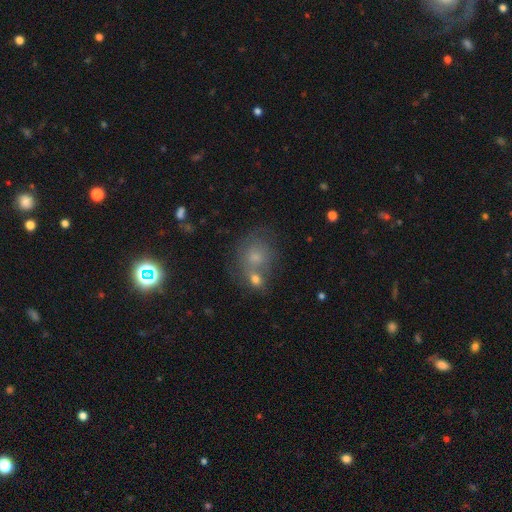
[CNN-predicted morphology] type=smooth (66%); roundness=round (68%); merging=merger (46%).